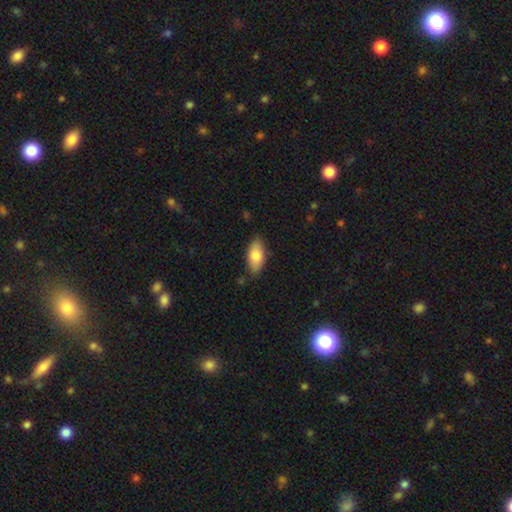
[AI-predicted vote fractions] This is likely a smooth galaxy (79%). How rounded: clearly in between (90%). Merging: likely none (79%).